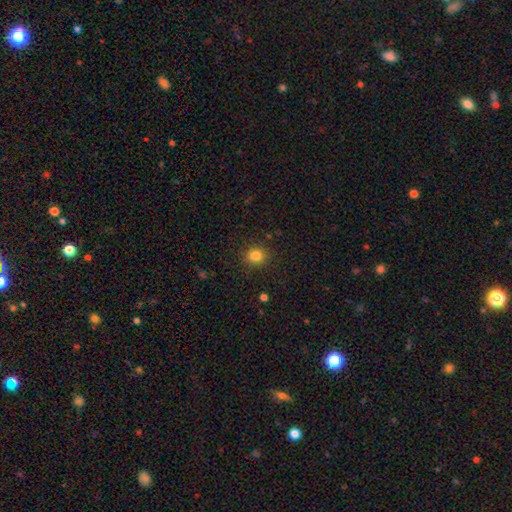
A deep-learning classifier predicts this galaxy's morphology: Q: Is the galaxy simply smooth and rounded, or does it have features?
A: smooth — 83%.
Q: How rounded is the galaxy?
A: round — 84%.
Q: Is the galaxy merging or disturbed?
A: none — 89%.